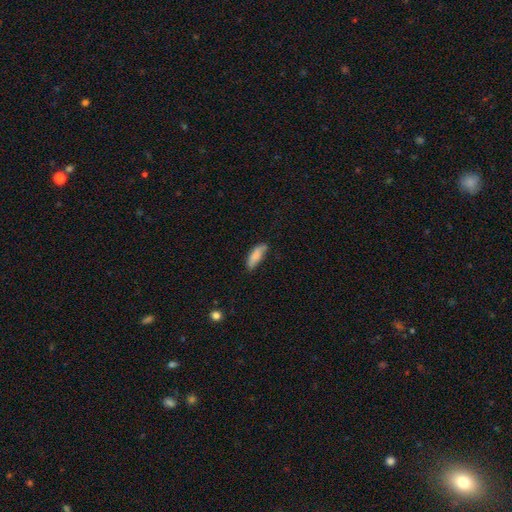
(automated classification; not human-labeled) This appears to be a smooth galaxy with no disk features (82%) that is in between round and cigar-shaped (59%). Merging: none (66%).